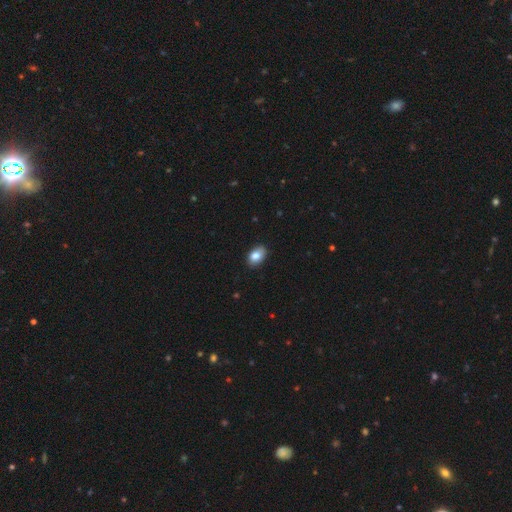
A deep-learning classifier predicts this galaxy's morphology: Smooth or featured?
  - smooth: 84% *
  - featured or disk: 9%
  - star or artifact: 8%
How rounded?
  - in between: 87% *
  - round: 11%
  - cigar-shaped: 1%
Merging?
  - none: 84% *
  - minor disturbance: 13%
  - major disturbance: 2%
  - merger: 1%